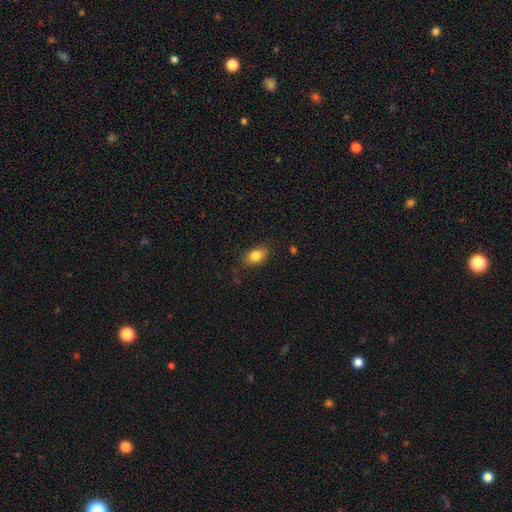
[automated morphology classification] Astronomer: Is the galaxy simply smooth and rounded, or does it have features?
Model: smooth — 83%.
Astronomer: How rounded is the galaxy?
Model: in between — 85%.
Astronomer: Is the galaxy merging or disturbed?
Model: none — 82%.